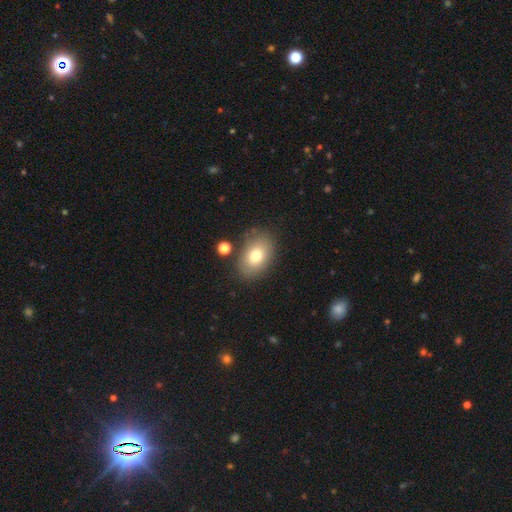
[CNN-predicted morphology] The model was most divided on "smooth or featured": smooth: 76%, featured or disk: 15%, star or artifact: 9%. More confident: how rounded — in between (85%); merging — none (79%).